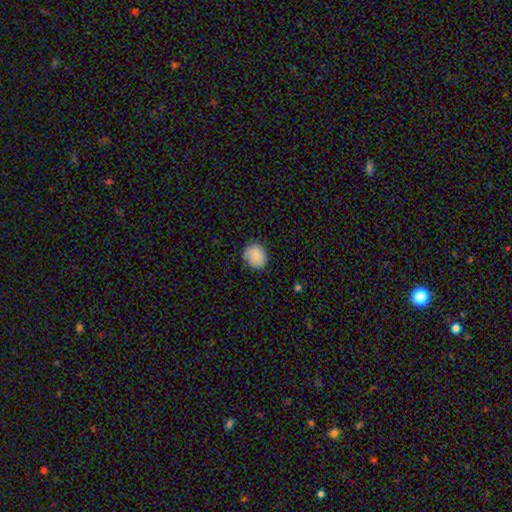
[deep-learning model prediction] This appears to be a smooth galaxy with no disk features (83%) that is round (67%). Merging: none (80%).